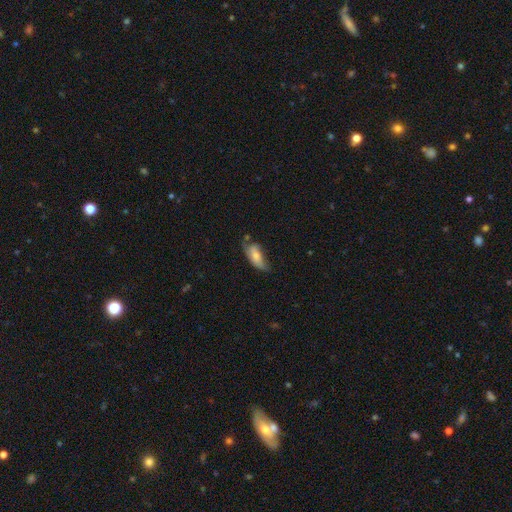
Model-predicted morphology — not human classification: Smooth or featured?
  - smooth: 68% *
  - featured or disk: 25%
  - star or artifact: 7%
How rounded?
  - in between: 80% *
  - cigar-shaped: 17%
  - round: 3%
Merging?
  - none: 39% *
  - minor disturbance: 38%
  - major disturbance: 17%
  - merger: 5%